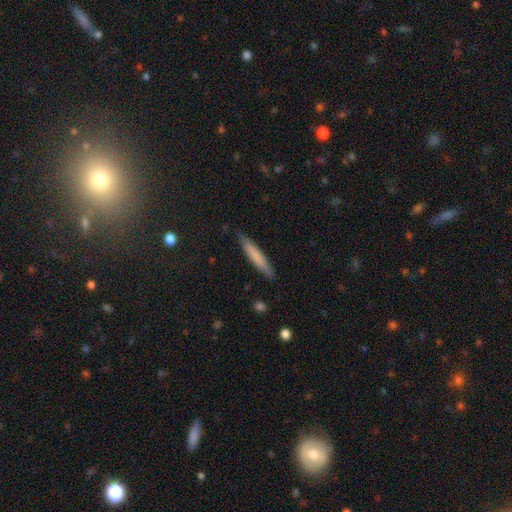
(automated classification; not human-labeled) Morphology: type=smooth (72%); roundness=cigar-shaped (92%); merging=none (86%).